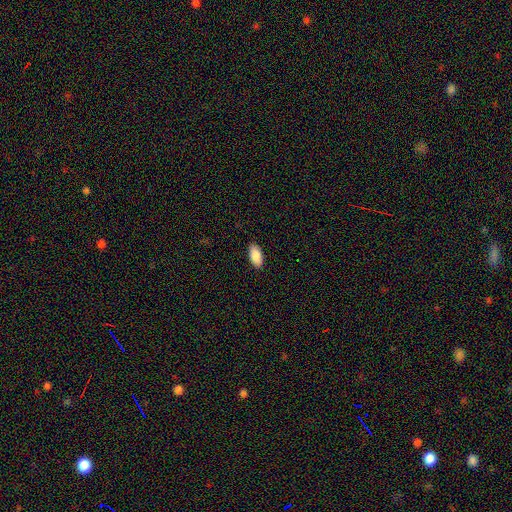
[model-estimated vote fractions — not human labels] The model was most divided on "merging": none: 89%, minor disturbance: 9%, major disturbance: 2%, merger: 1%. More confident: how rounded — in between (92%); smooth or featured — smooth (89%).